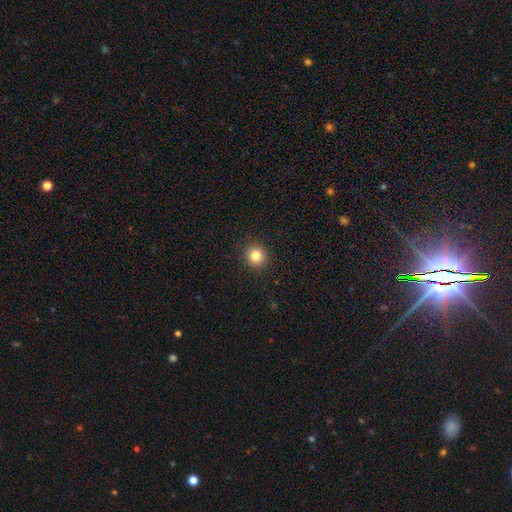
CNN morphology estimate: Smooth or featured? Predicted: smooth (p=0.83). How rounded? Predicted: round (p=0.92). Merging? Predicted: none (p=0.92).